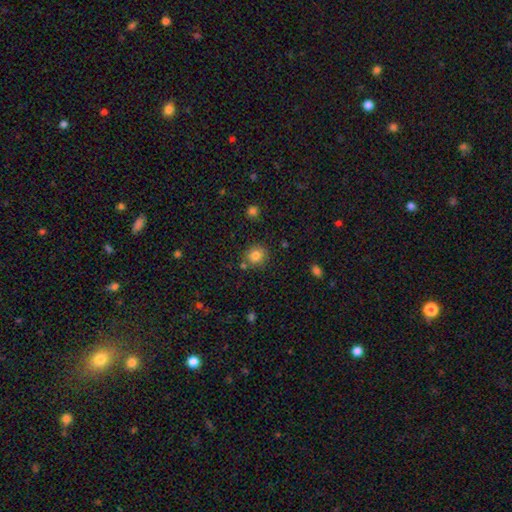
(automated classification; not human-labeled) smooth_or_featured: smooth (p=0.82) [alt: star or artifact p=0.11]
how_rounded: round (p=0.83) [alt: in between p=0.16]
merging: none (p=0.80) [alt: minor disturbance p=0.10]